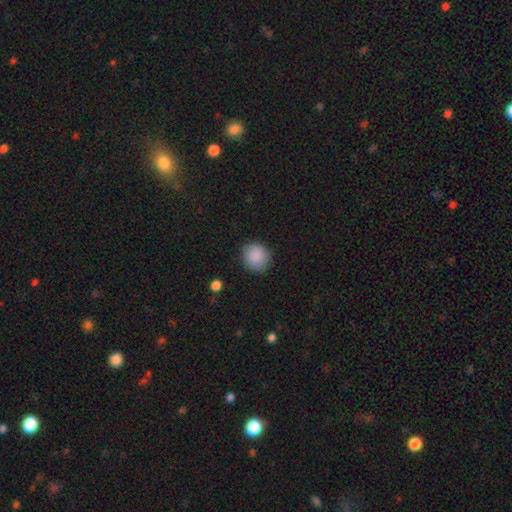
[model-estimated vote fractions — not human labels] A smooth galaxy with no disk features (89%) that is round (85%).

Vote fractions:
- Smooth or featured? smooth: 89% / star or artifact: 8% / featured or disk: 3%
- How rounded? round: 85% / in between: 14% / cigar-shaped: 1%
- Merging? none: 88% / minor disturbance: 9% / major disturbance: 2% / merger: 1%